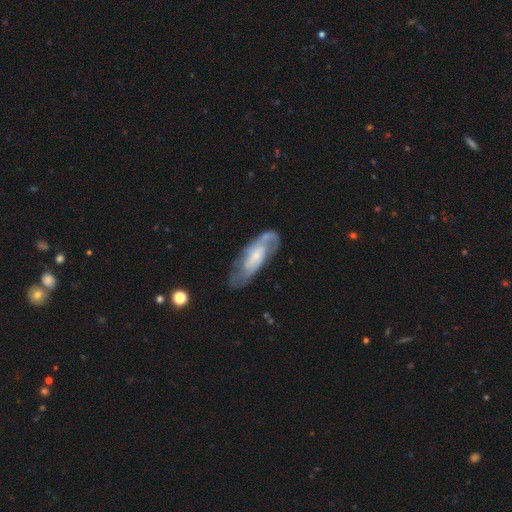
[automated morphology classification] type=featured or disk (77%); edge-on=no (90%); bar=no (53%); spiral arms=yes (91%); winding=medium (46%); arm count=2 (71%); bulge=small (60%); merging=none (68%).